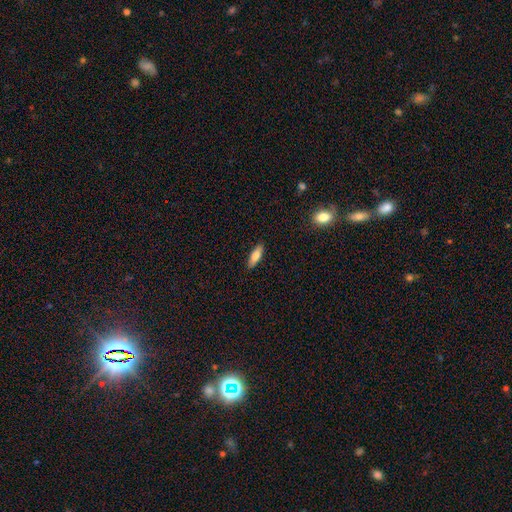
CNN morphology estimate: Smooth or featured? smooth (75%)
How rounded? in between (49%, tied with cigar-shaped)
Merging? none (89%)